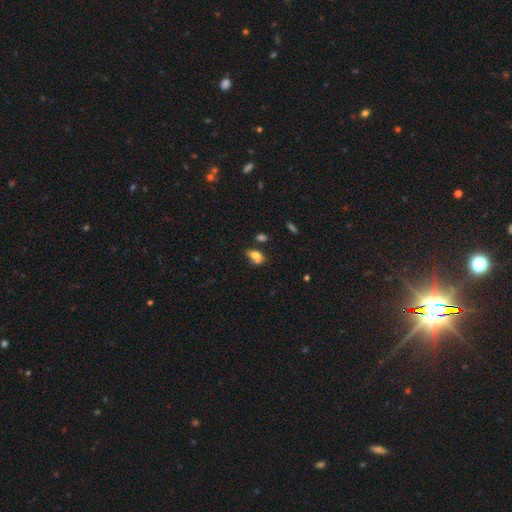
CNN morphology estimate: smooth-or-featured: smooth: 73% | featured or disk: 16% | star or artifact: 11%
  how-rounded: in between: 81% | round: 16% | cigar-shaped: 3%
  merging: none: 38% | merger: 29% | minor disturbance: 23% | major disturbance: 10%